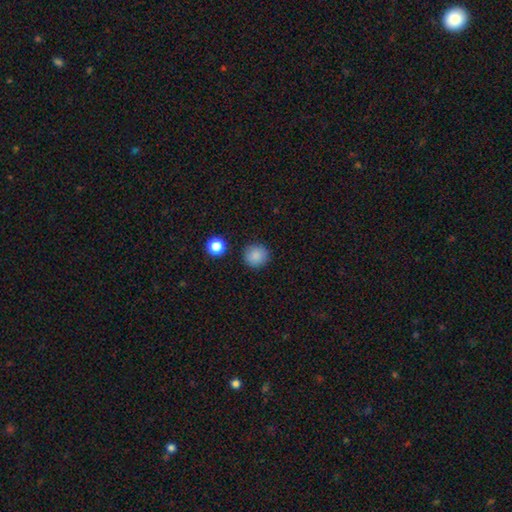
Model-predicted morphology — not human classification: Smooth or featured? Predicted: smooth (p=0.86). How rounded? Predicted: round (p=0.94). Merging? Predicted: none (p=0.89).